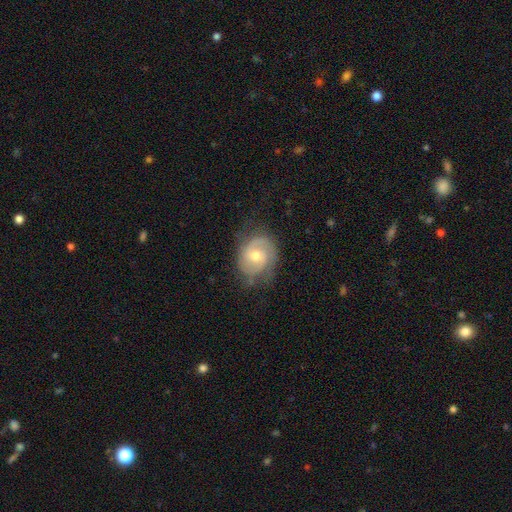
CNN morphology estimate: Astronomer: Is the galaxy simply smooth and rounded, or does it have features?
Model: featured or disk — 79%.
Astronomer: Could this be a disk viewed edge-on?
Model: no — 98%.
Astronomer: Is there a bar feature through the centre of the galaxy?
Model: no — 56% (runner-up: weak, 38%).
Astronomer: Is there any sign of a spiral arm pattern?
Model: yes — 94%.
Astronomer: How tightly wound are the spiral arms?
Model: tight — 45% (runner-up: medium, 42%).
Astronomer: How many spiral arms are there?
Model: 2 — 77%.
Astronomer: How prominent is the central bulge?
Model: moderate — 64%.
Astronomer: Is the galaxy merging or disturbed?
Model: none — 71%.